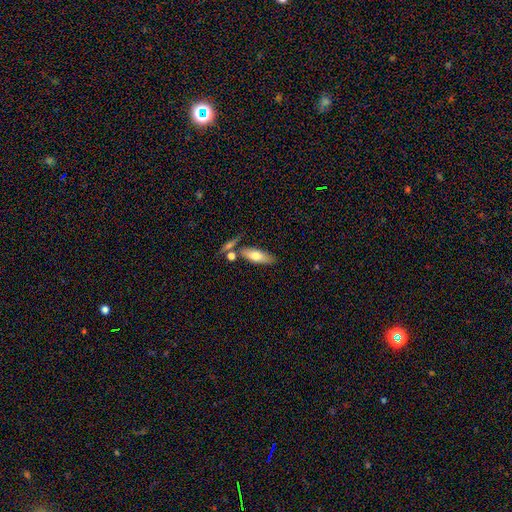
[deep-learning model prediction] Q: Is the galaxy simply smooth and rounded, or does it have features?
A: smooth — 68%.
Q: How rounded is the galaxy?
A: in between — 67%.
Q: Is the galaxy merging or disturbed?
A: none — 64%.